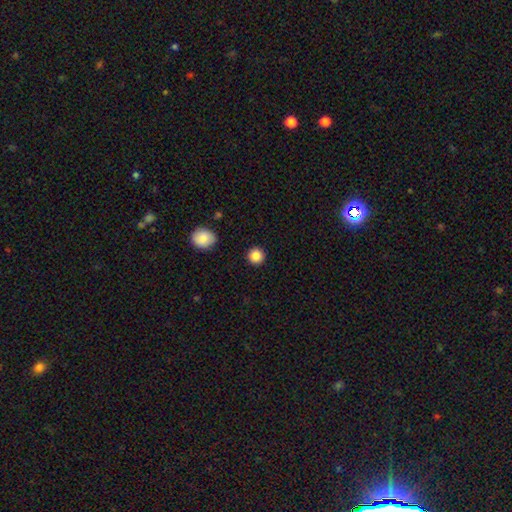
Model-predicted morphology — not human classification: smooth 86%, star or artifact 10%, featured or disk 4%. Down the decision tree: how rounded — round (95%); merging — none (92%).